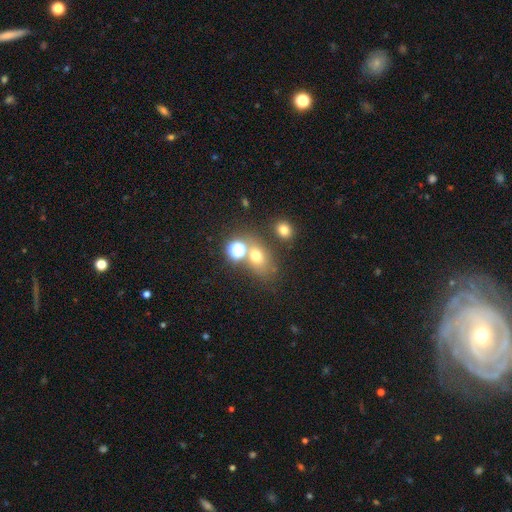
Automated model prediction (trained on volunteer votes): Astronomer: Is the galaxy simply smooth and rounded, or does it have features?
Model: smooth — 61%.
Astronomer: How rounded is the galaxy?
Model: round — 53% (runner-up: in between, 46%).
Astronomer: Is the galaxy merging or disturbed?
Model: none — 55%.